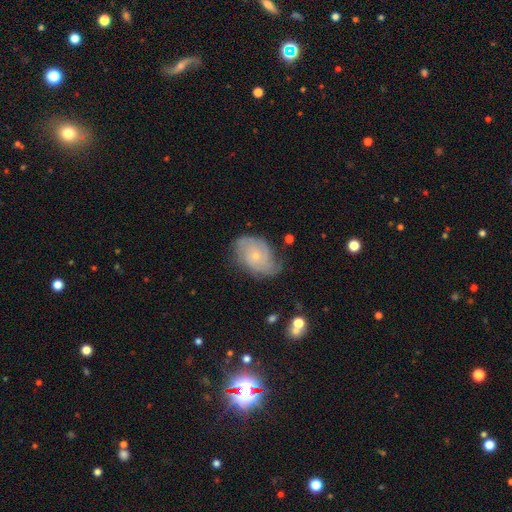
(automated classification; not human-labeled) This appears to be a featured or disk galaxy (76%) with no bar (78%), can't tell (32%, tied with 2) tight (57%) spiral arms (93%) and a small central bulge (77%). Merging: none (64%).